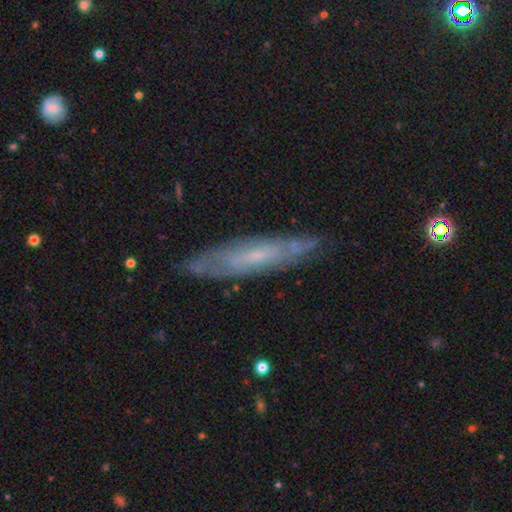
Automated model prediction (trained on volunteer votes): Morphology: type=featured or disk (66%); edge-on=yes (51%); merging=none (80%).